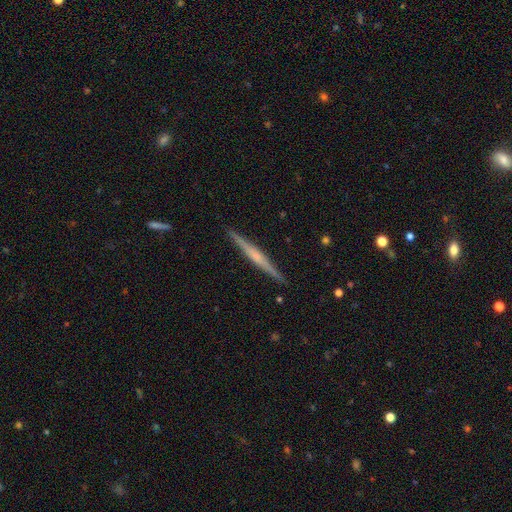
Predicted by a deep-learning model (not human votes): A featured or disk galaxy (72%) viewed edge-on (98%) with a rounded central bulge (55%).

Vote fractions:
- Smooth or featured? featured or disk: 72% / smooth: 23% / star or artifact: 5%
- Edge-on disk? yes: 98% / no: 2%
- Edge-on bulge? rounded: 55% / none: 30% / boxy: 15%
- Merging? none: 92% / minor disturbance: 6% / major disturbance: 1% / merger: 1%